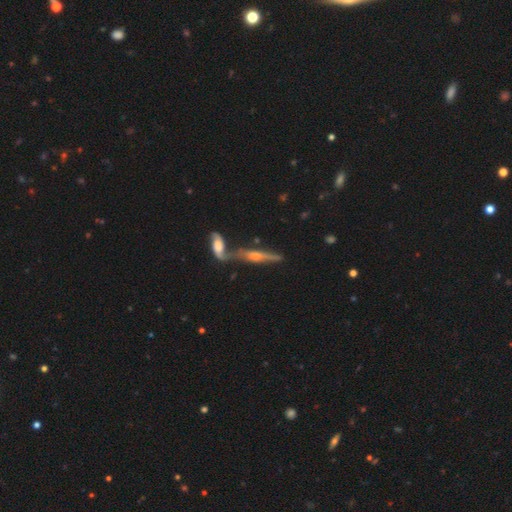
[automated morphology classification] This appears to be a featured or disk galaxy (75%) viewed edge-on (91%) with a rounded central bulge (83%). Merging: none (51%).